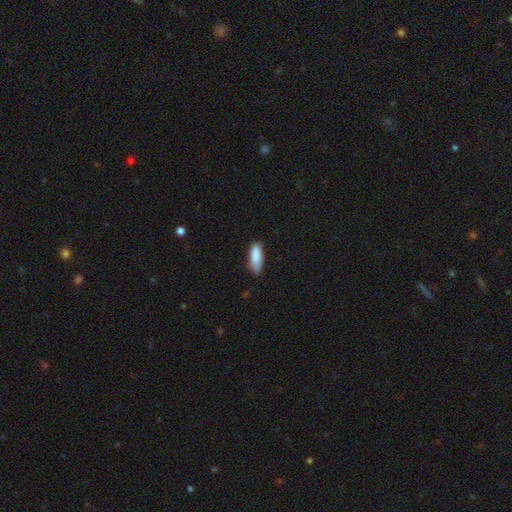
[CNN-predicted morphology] smooth_or_featured: smooth (p=0.88) [alt: star or artifact p=0.06]
how_rounded: in between (p=0.64) [alt: cigar-shaped p=0.35]
merging: none (p=0.72) [alt: minor disturbance p=0.23]